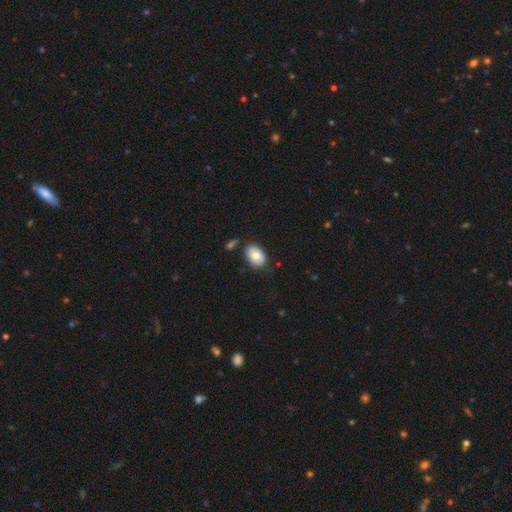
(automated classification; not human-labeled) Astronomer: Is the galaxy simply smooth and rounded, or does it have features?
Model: smooth — 76%.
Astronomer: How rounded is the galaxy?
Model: in between — 83%.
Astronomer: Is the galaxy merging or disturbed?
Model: none — 75%.